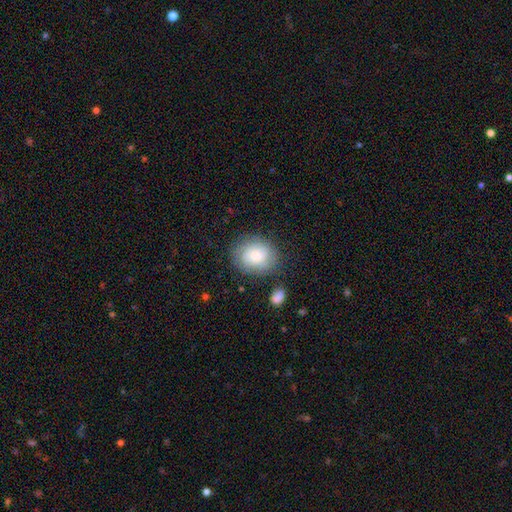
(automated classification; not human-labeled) smooth-or-featured: smooth: 72% | featured or disk: 21% | star or artifact: 8%
  how-rounded: round: 55% | in between: 44% | cigar-shaped: 1%
  merging: none: 74% | minor disturbance: 16% | major disturbance: 6% | merger: 4%